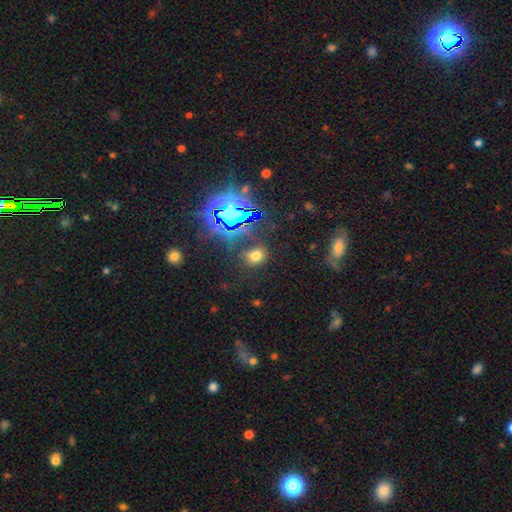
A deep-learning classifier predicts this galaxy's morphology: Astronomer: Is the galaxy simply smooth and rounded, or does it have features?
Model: smooth — 60%.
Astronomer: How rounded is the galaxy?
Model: round — 52% (runner-up: in between, 46%).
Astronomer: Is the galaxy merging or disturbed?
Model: none — 75%.